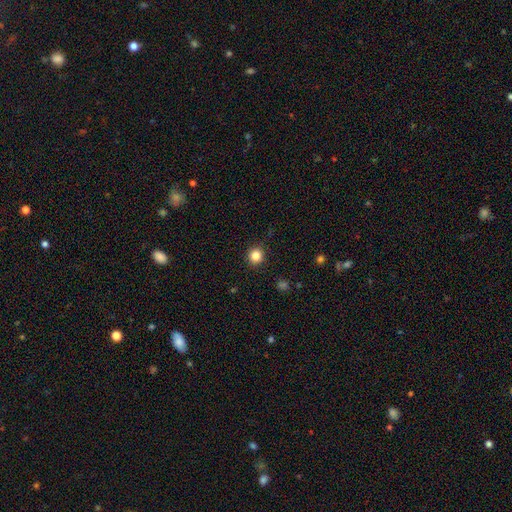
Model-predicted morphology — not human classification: Smooth or featured?
  - smooth: 84% *
  - star or artifact: 12%
  - featured or disk: 5%
How rounded?
  - round: 93% *
  - in between: 6%
  - cigar-shaped: 1%
Merging?
  - none: 92% *
  - minor disturbance: 5%
  - major disturbance: 2%
  - merger: 1%